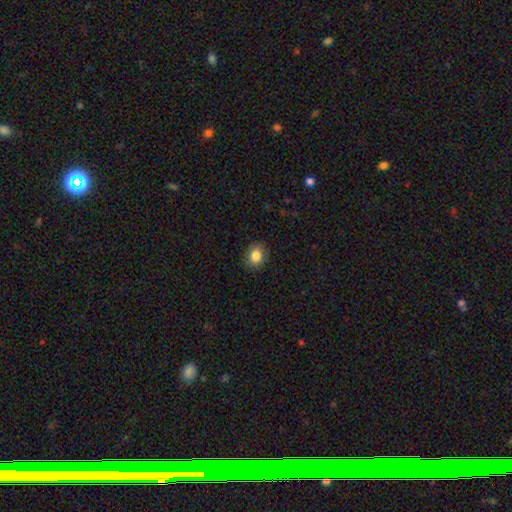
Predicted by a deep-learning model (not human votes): This appears to be a smooth galaxy with no disk features (84%) that is round (53%). Merging: none (87%).